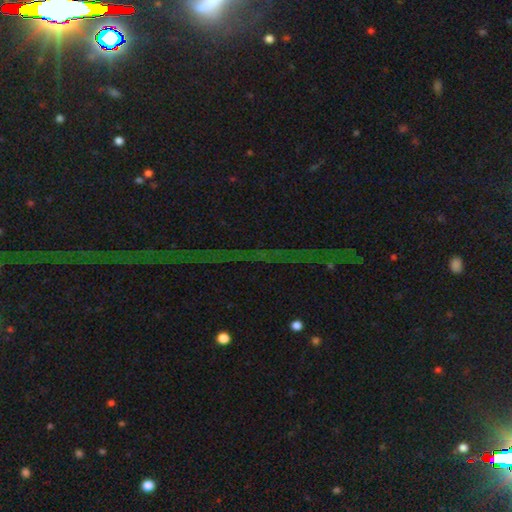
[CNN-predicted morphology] type=star or artifact (78%).